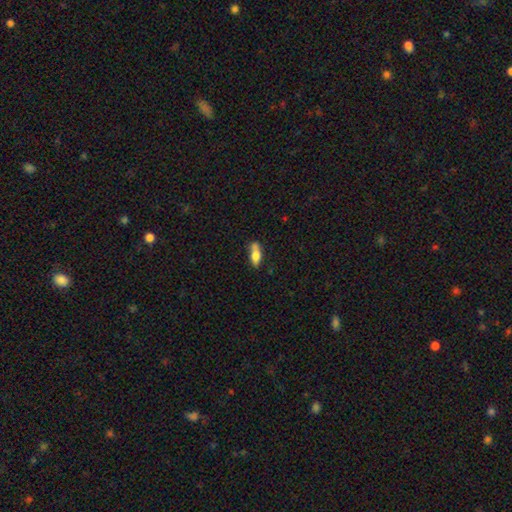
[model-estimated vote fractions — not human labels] A smooth galaxy with no disk features (71%) that is in between round and cigar-shaped (72%).

Vote fractions:
- Smooth or featured? smooth: 71% / featured or disk: 22% / star or artifact: 7%
- How rounded? in between: 72% / cigar-shaped: 24% / round: 3%
- Merging? none: 55% / minor disturbance: 23% / merger: 16% / major disturbance: 6%